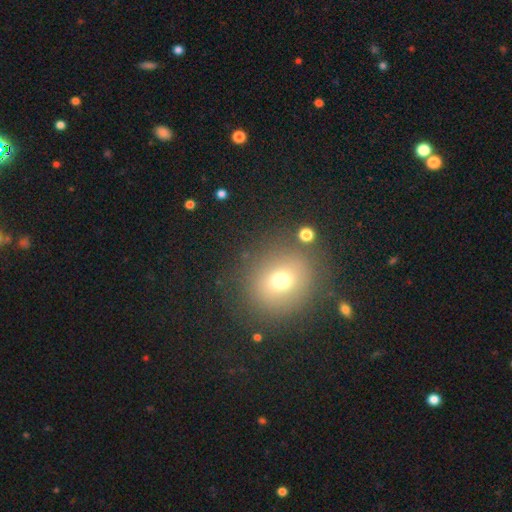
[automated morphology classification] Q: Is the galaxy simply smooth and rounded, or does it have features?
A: smooth — 63%.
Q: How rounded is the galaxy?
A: round — 79%.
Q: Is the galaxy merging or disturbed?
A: none — 85%.